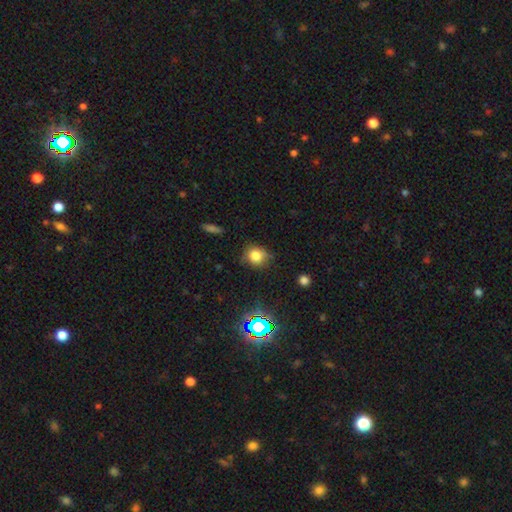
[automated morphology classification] smooth-or-featured: smooth: 75% | star or artifact: 15% | featured or disk: 9%
  how-rounded: round: 76% | in between: 23% | cigar-shaped: 1%
  merging: none: 69% | minor disturbance: 23% | major disturbance: 6% | merger: 2%